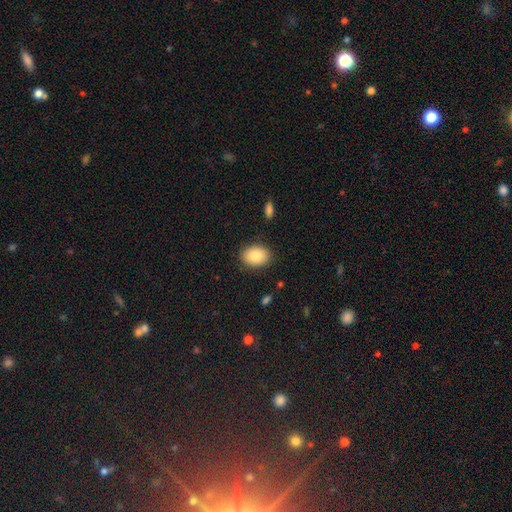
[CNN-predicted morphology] Smooth or featured? smooth (87%)
How rounded? in between (77%)
Merging? none (87%)